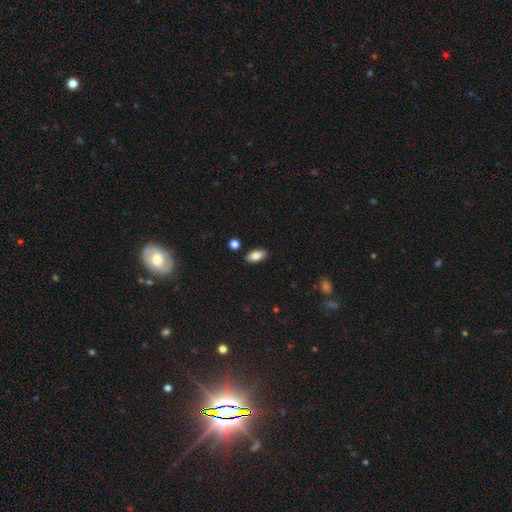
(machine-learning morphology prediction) Smooth or featured? Predicted: smooth (p=0.81). How rounded? Predicted: in between (p=0.91). Merging? Predicted: none (p=0.87).